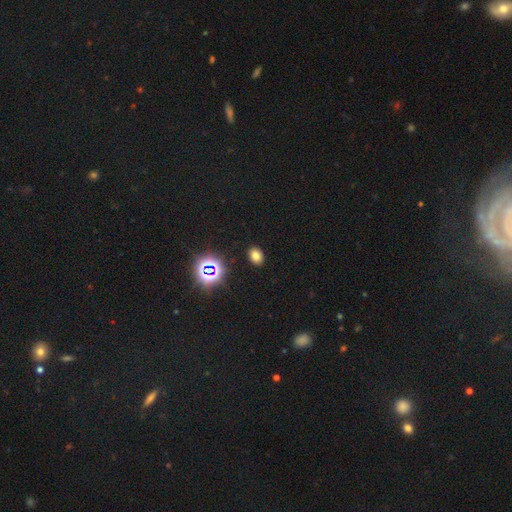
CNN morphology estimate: smooth 72%, star or artifact 20%, featured or disk 7%. Down the decision tree: how rounded — in between (68%); merging — none (89%).